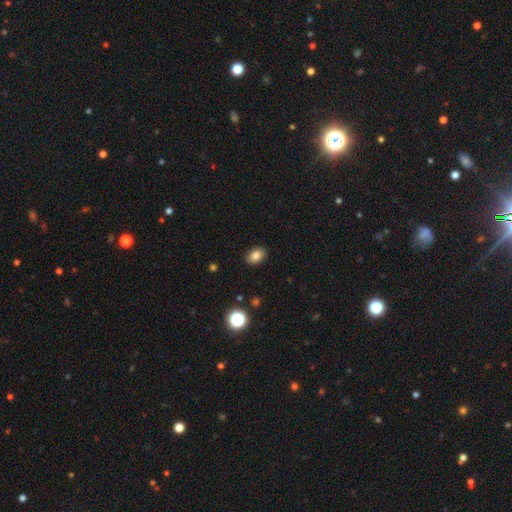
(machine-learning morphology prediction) smooth_or_featured: smooth (p=0.83) [alt: star or artifact p=0.10]
how_rounded: in between (p=0.81) [alt: round p=0.18]
merging: none (p=0.88) [alt: minor disturbance p=0.09]